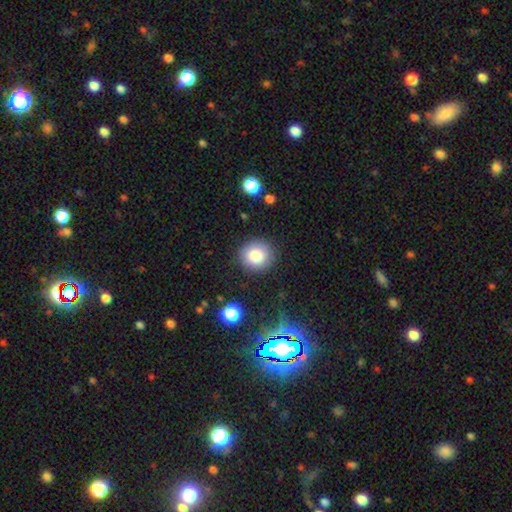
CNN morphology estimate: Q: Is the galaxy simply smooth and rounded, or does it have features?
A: smooth — 82%.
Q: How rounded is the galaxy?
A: round — 88%.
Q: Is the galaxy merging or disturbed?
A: none — 88%.